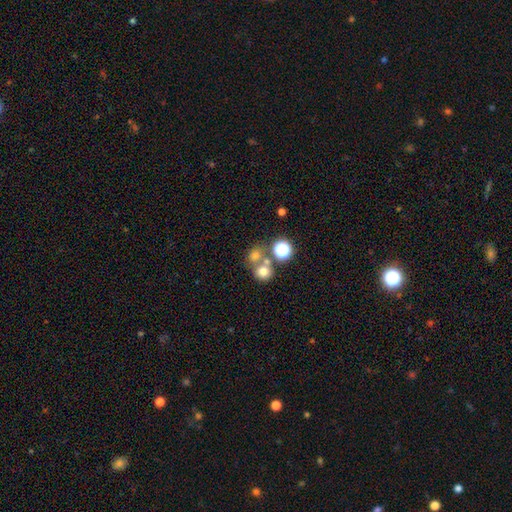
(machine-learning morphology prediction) Smooth or featured?
  - smooth: 65% *
  - star or artifact: 22%
  - featured or disk: 13%
How rounded?
  - round: 79% *
  - in between: 20%
  - cigar-shaped: 1%
Merging?
  - none: 47% *
  - merger: 41%
  - minor disturbance: 7%
  - major disturbance: 5%